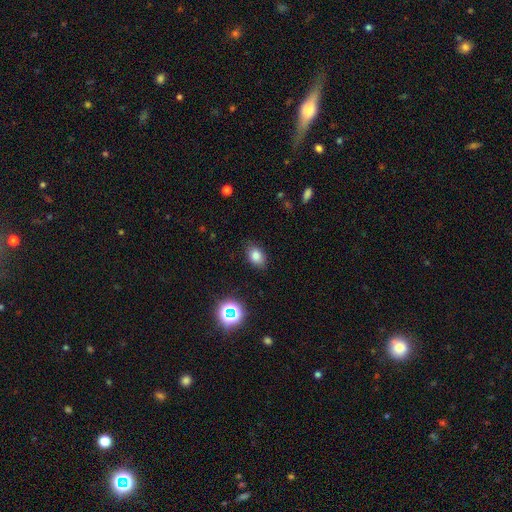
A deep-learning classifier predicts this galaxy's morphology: A smooth galaxy with no disk features (79%) that is in between round and cigar-shaped (81%). Merging: none (84%).